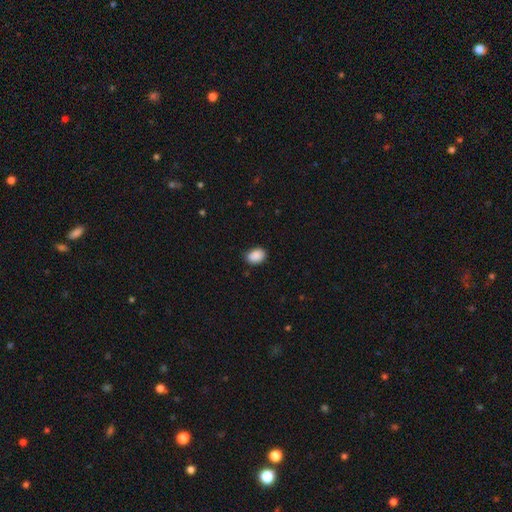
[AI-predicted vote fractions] The model was most divided on "how rounded": in between: 79%, round: 20%, cigar-shaped: 1%. More confident: smooth or featured — smooth (90%); merging — none (83%).